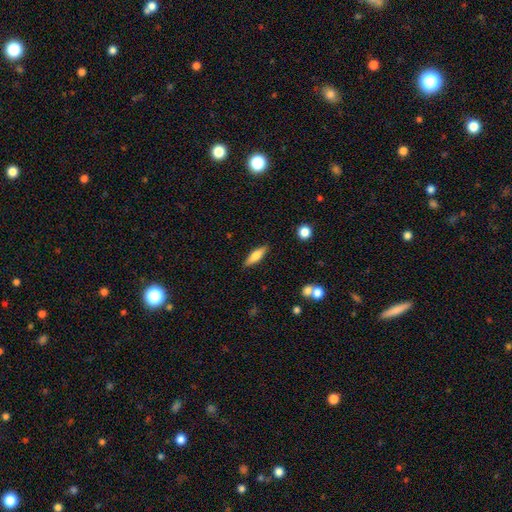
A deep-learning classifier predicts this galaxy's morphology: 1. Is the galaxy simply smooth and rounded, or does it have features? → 59% smooth, 34% featured or disk, 7% star or artifact.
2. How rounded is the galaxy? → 57% cigar-shaped, 41% in between, 2% round.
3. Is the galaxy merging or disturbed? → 87% none, 10% minor disturbance, 2% major disturbance, 2% merger.